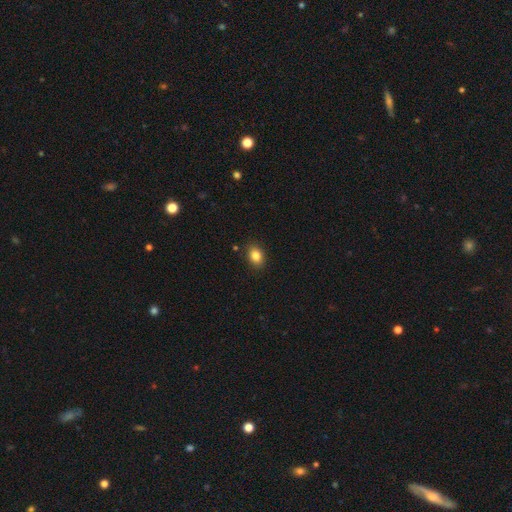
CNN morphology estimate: smooth-or-featured: smooth: 85% | star or artifact: 10% | featured or disk: 6%
  how-rounded: in between: 69% | round: 30% | cigar-shaped: 1%
  merging: none: 87% | minor disturbance: 9% | major disturbance: 2% | merger: 2%